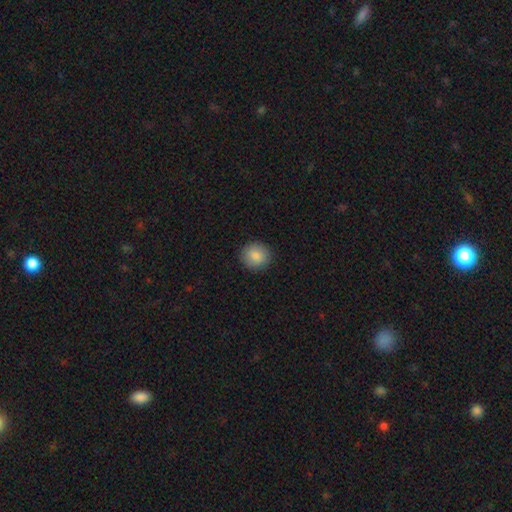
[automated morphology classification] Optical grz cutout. It shows a smooth galaxy with no disk features (86%) that is round (90%). Merging: none (91%).